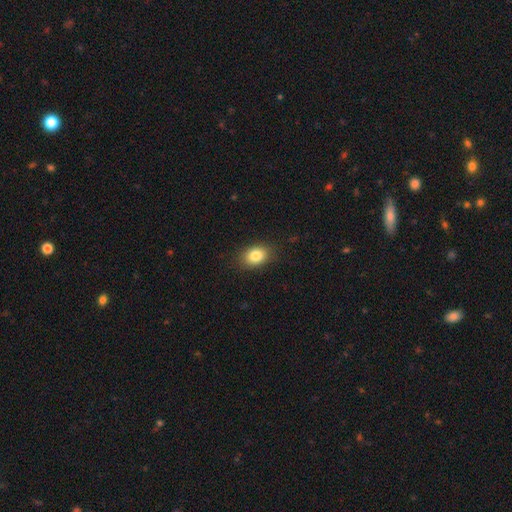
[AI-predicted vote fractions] This appears to be a smooth galaxy with no disk features (83%) that is in between round and cigar-shaped (73%). Merging: none (86%).